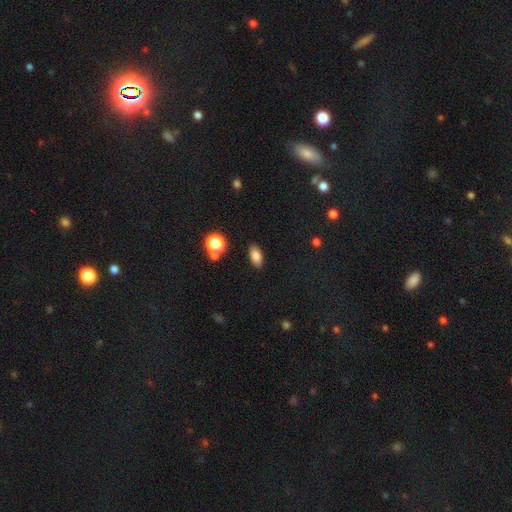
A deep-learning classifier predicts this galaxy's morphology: Smooth or featured? smooth (82%)
How rounded? in between (87%)
Merging? none (88%)